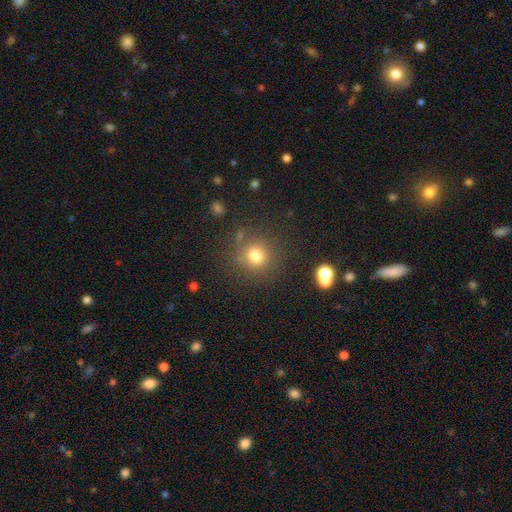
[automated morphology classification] A smooth galaxy with no disk features (76%) that is round (92%). Merging: none (81%).